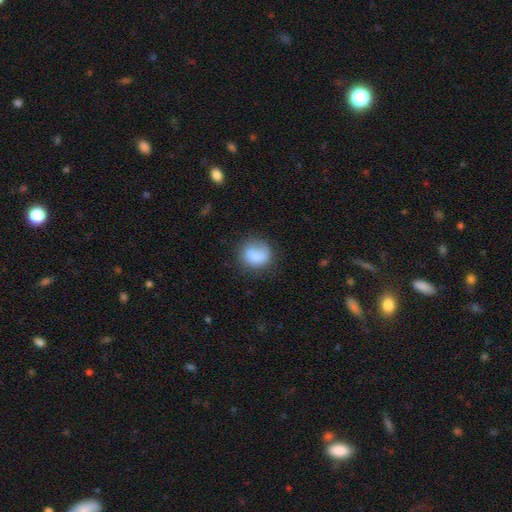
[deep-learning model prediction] This appears to be a smooth galaxy with no disk features (81%) that is round (73%). Merging: none (64%).